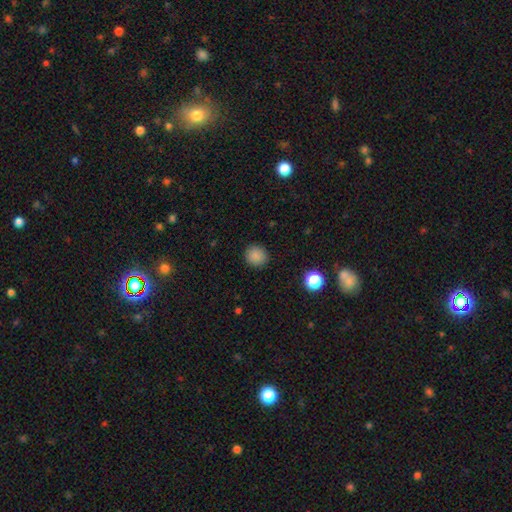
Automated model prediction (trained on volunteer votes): Overall: smooth (86%). How rounded: round (88%). Merging: none (90%).